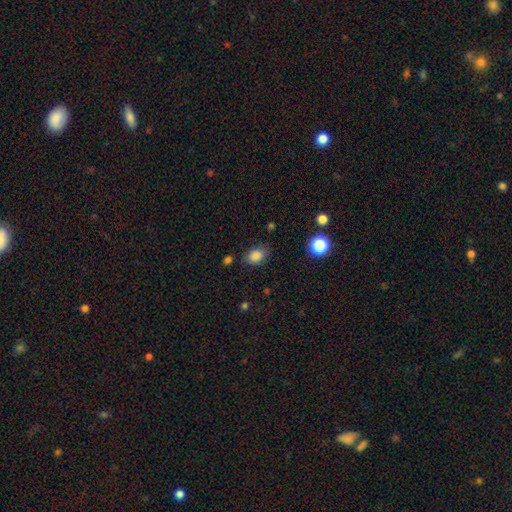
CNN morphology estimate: The model was most divided on "how rounded": in between: 67%, round: 31%, cigar-shaped: 1%. More confident: smooth or featured — smooth (84%); merging — none (73%).